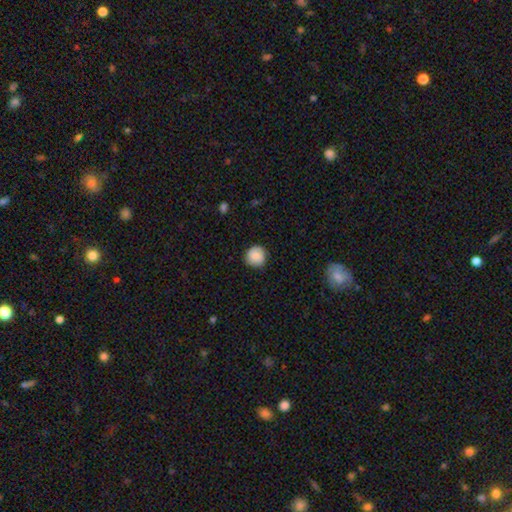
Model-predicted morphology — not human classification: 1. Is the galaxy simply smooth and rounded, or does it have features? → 79% smooth, 14% featured or disk, 8% star or artifact.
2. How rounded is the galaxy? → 92% round, 7% in between, 1% cigar-shaped.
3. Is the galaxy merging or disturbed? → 85% none, 12% minor disturbance, 3% major disturbance, 1% merger.